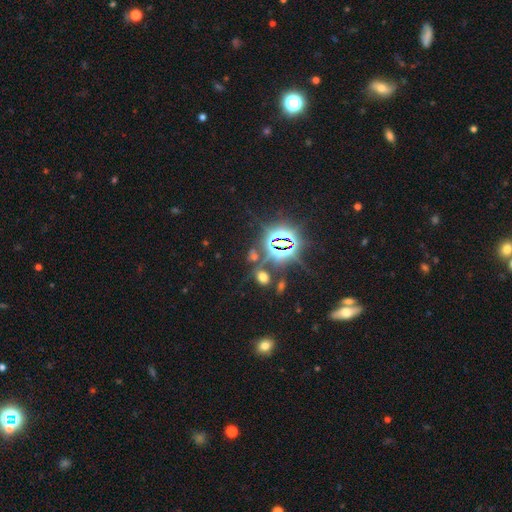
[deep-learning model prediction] smooth-or-featured: star or artifact: 76% | smooth: 15% | featured or disk: 9%